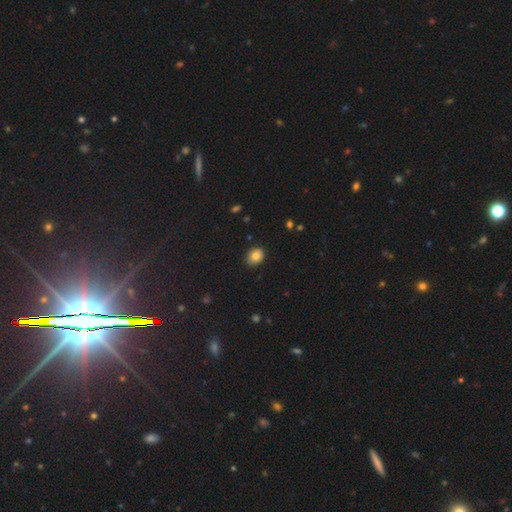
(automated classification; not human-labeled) This is clearly a smooth galaxy (83%). How rounded: possibly round (53%). Merging: clearly none (86%).